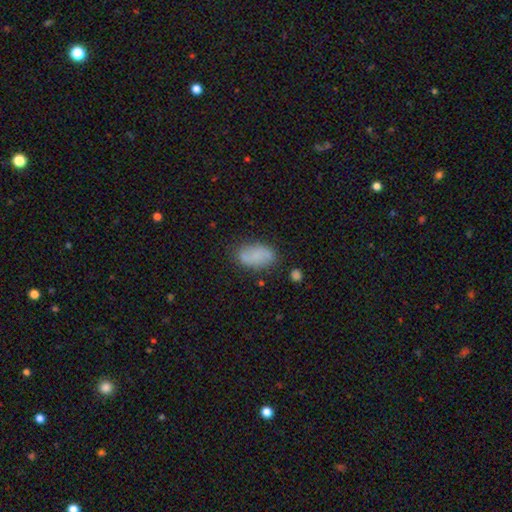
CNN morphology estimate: A smooth galaxy with no disk features (67%) that is in between round and cigar-shaped (92%).

Vote fractions:
- Smooth or featured? smooth: 67% / featured or disk: 25% / star or artifact: 9%
- How rounded? in between: 92% / round: 6% / cigar-shaped: 3%
- Merging? none: 70% / minor disturbance: 20% / major disturbance: 5% / merger: 4%